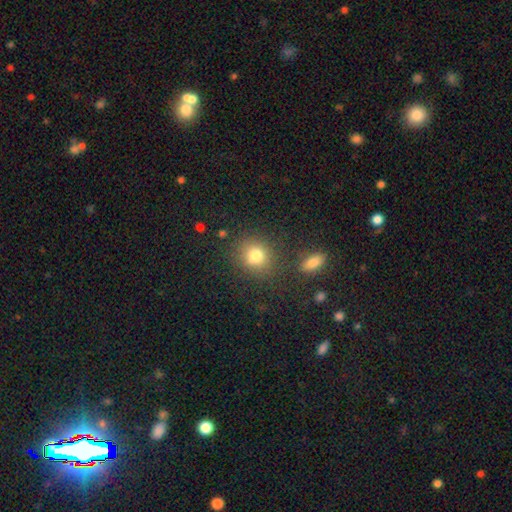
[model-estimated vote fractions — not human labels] Smooth or featured? Predicted: smooth (p=0.79). How rounded? Predicted: round (p=0.75). Merging? Predicted: none (p=0.75).